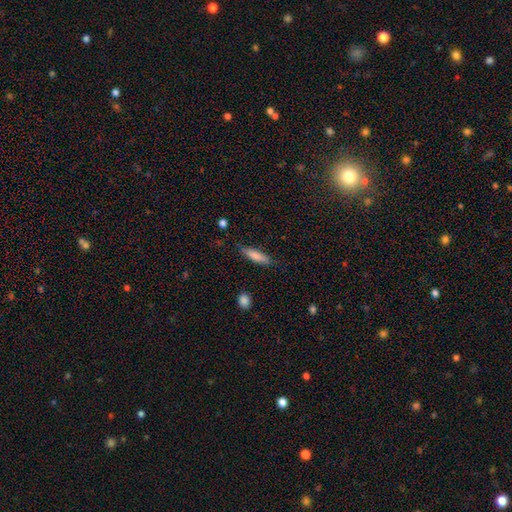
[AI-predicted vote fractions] Overall: smooth (78%). How rounded: cigar-shaped (71%). Merging: none (83%).